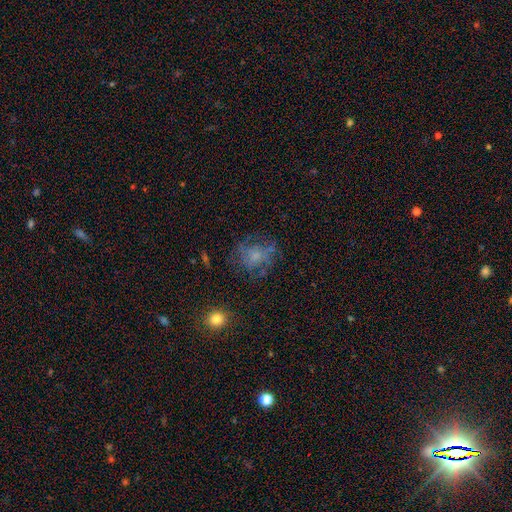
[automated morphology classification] type=featured or disk (43%); merging=none (60%).